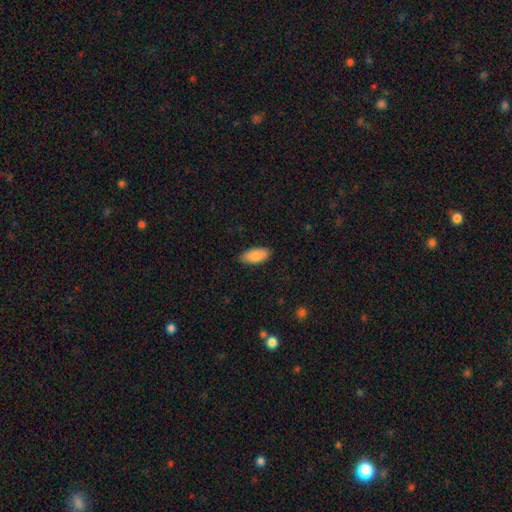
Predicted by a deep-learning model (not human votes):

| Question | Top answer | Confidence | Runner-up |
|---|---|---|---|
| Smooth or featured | smooth | 87% | featured or disk (7%) |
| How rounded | in between | 92% | cigar-shaped (6%) |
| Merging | none | 85% | minor disturbance (12%) |